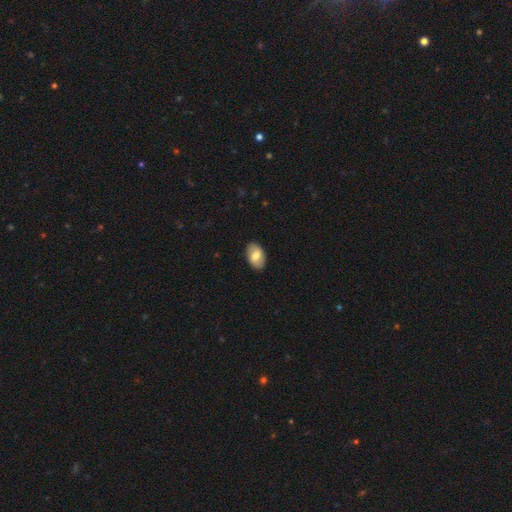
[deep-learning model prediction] Q: Smooth or featured?
A: smooth (71%); runner-up: featured or disk (22%)
Q: How rounded?
A: in between (91%); runner-up: round (8%)
Q: Merging?
A: none (88%); runner-up: minor disturbance (9%)